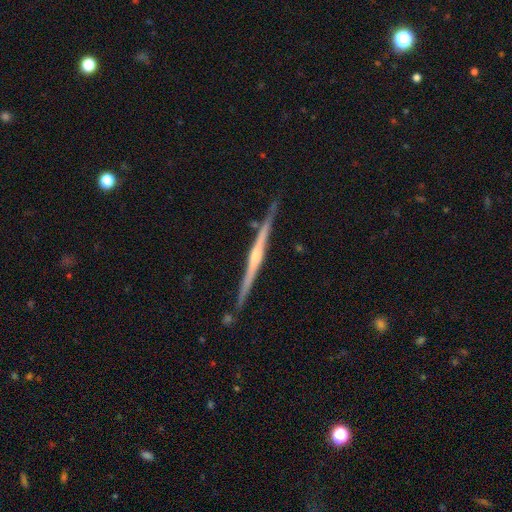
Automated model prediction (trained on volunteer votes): Smooth or featured? featured or disk (84%)
Edge-on disk? yes (99%)
Edge-on bulge? rounded (68%)
Merging? none (90%)